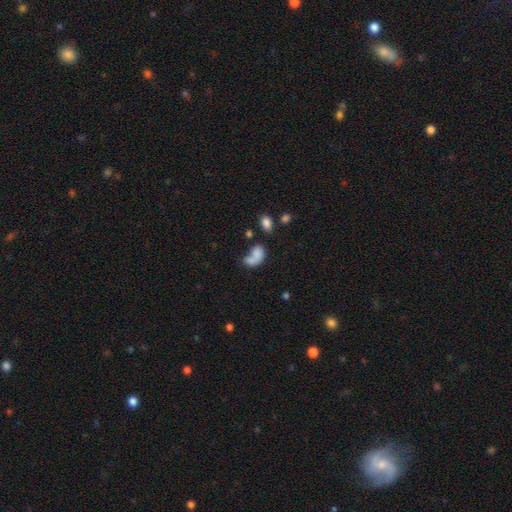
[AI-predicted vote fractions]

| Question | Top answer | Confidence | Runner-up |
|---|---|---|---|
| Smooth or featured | smooth | 72% | featured or disk (18%) |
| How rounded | in between | 80% | round (18%) |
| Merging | merger | 47% | none (24%) |